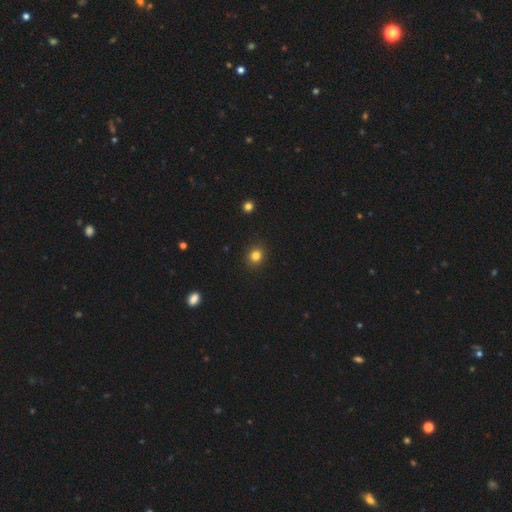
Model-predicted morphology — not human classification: smooth_or_featured: smooth (p=0.83) [alt: star or artifact p=0.13]
how_rounded: round (p=0.80) [alt: in between p=0.19]
merging: none (p=0.91) [alt: minor disturbance p=0.06]